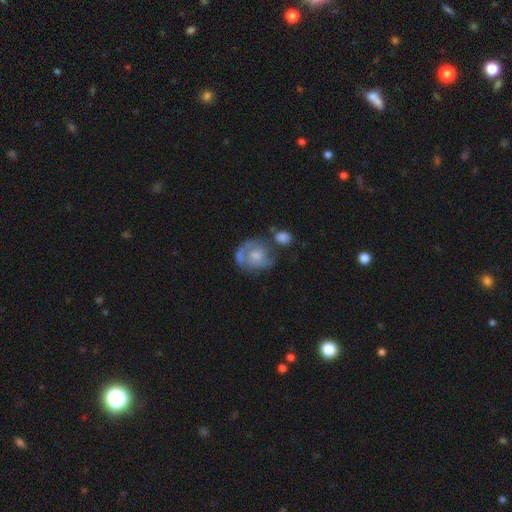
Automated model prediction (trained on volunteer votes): This is likely a featured or disk galaxy (67%). It is clearly not viewed edge-on (98%). Bar: likely no (71%). Spiral arm pattern: likely yes (78%). Spiral arm count: possibly 2 (49%). Spiral winding: marginally medium (41%). Central bulge: marginally moderate (40%). Merging: possibly none (46%).